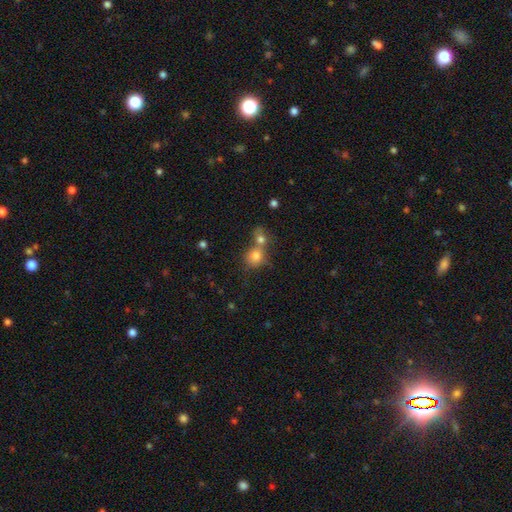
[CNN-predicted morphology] smooth-or-featured: smooth: 78% | star or artifact: 12% | featured or disk: 10%
  how-rounded: round: 78% | in between: 21% | cigar-shaped: 1%
  merging: merger: 52% | none: 36% | minor disturbance: 8% | major disturbance: 4%